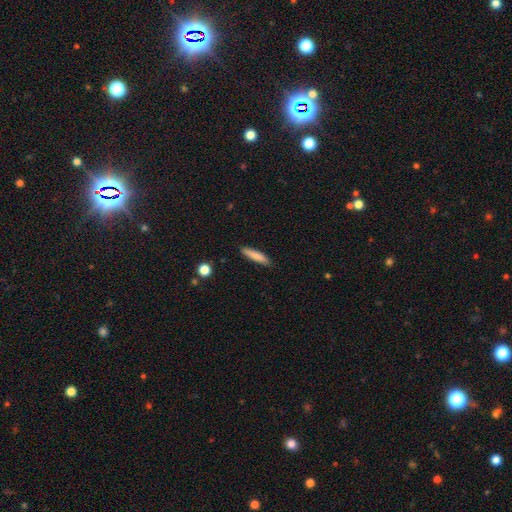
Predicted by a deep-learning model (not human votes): This appears to be a smooth galaxy with no disk features (82%) that is cigar-shaped (86%). Merging: none (88%).